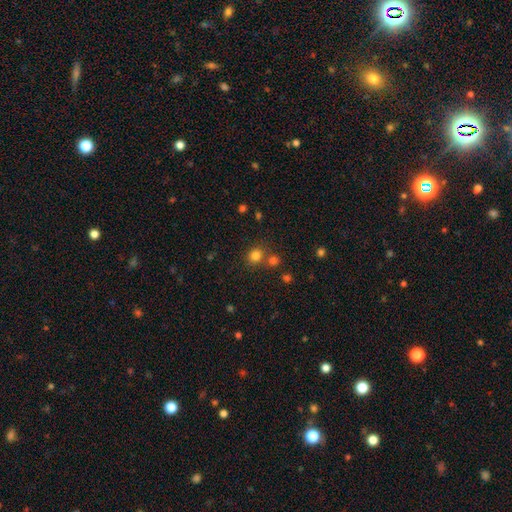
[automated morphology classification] smooth_or_featured: smooth (p=0.78) [alt: star or artifact p=0.16]
how_rounded: round (p=0.81) [alt: in between p=0.19]
merging: none (p=0.68) [alt: merger p=0.21]